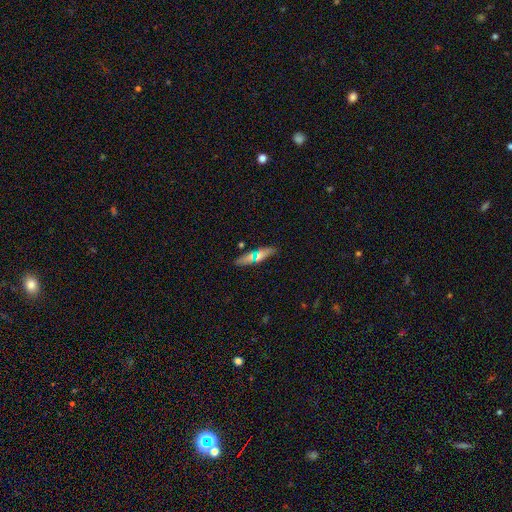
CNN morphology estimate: This is likely a smooth galaxy (61%). How rounded: likely cigar-shaped (64%). Merging: clearly none (82%).